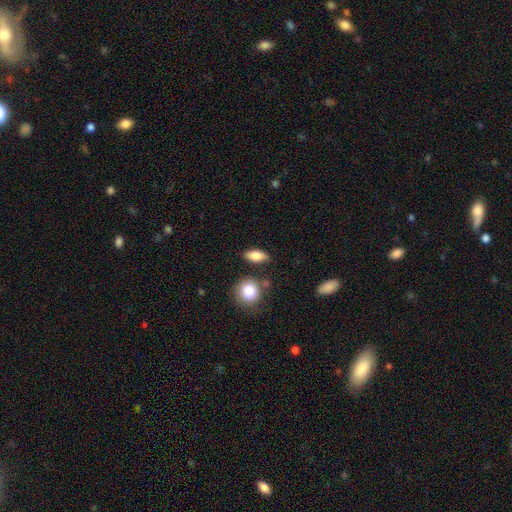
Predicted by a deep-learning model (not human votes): Smooth or featured? Predicted: smooth (p=0.81). How rounded? Predicted: in between (p=0.81). Merging? Predicted: none (p=0.82).